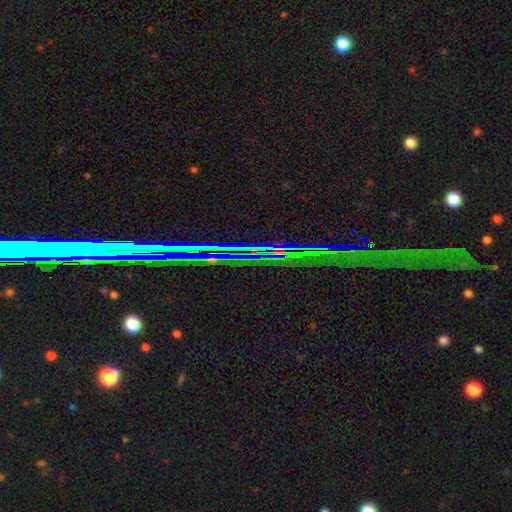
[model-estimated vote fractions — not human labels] star or artifact 75%, featured or disk 17%, smooth 8%.